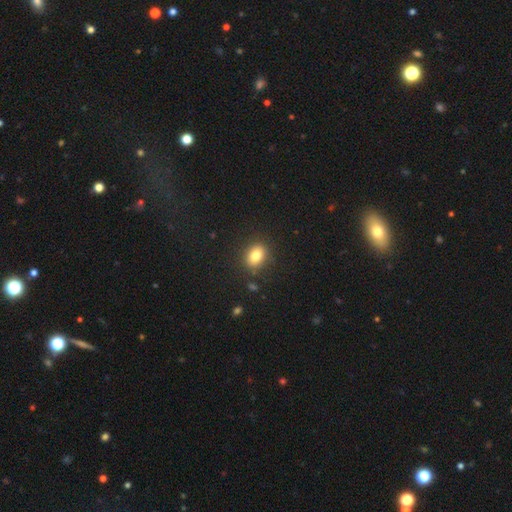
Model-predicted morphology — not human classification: Smooth or featured? smooth (80%)
How rounded? in between (58%)
Merging? none (85%)